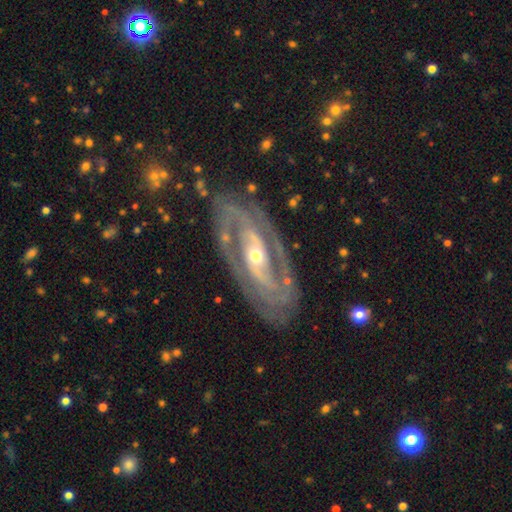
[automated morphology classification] This is clearly a featured or disk galaxy (91%). It is clearly not viewed edge-on (94%). Bar: marginally no (37%). Spiral arm pattern: clearly yes (95%). Spiral arm count: likely 2 (77%). Spiral winding: possibly tight (56%). Central bulge: possibly moderate (52%). Merging: clearly none (80%).